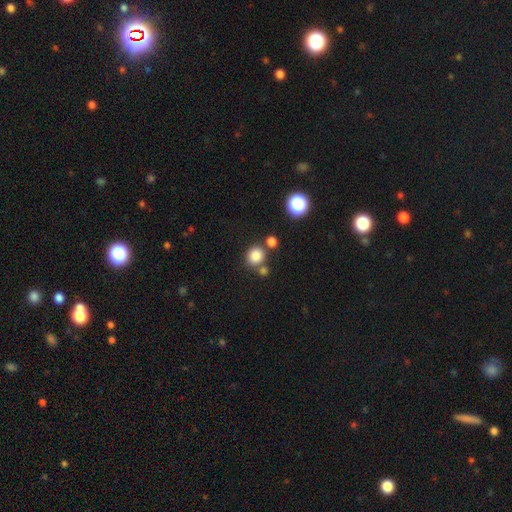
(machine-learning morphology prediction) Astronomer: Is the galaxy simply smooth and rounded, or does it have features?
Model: smooth — 83%.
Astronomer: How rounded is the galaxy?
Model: round — 82%.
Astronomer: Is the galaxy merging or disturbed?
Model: none — 67%.